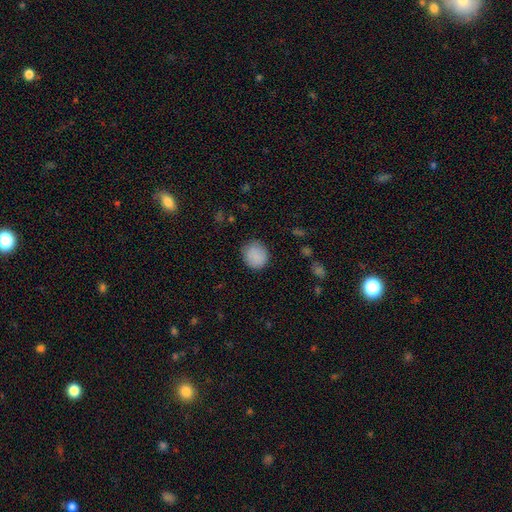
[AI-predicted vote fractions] A smooth galaxy with no disk features (88%) that is round (82%). Merging: none (84%).